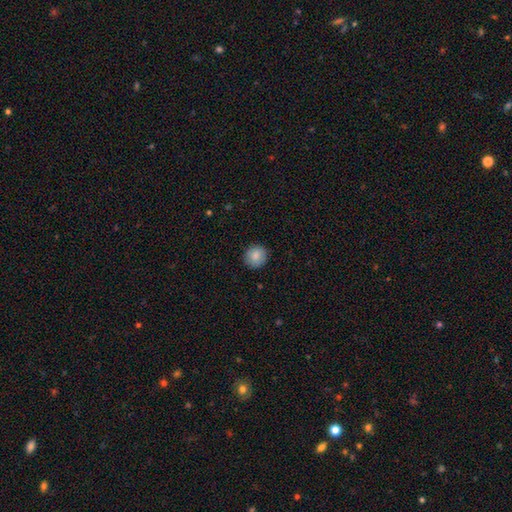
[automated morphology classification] Smooth or featured: smooth — 85% (star or artifact — 8%)
How rounded: round — 88% (in between — 11%)
Merging: none — 90% (minor disturbance — 7%)